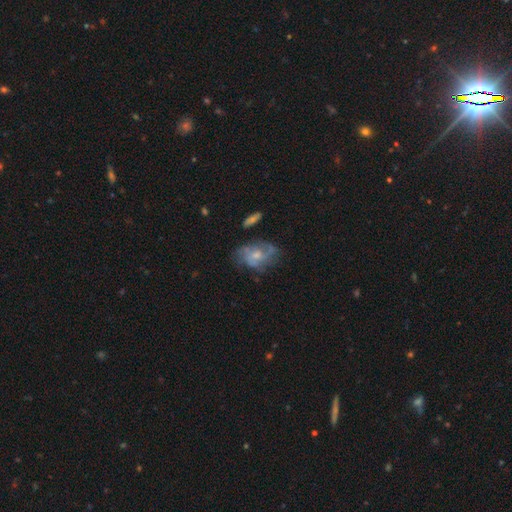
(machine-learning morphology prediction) Overall: featured or disk (63%; smooth 29%). Edge-on disk: no (96%). Bar: no (70%). Spiral arms: yes (72%). Bulge size: small (44%, tied with moderate). Merging: none (52%; minor disturbance 26%).